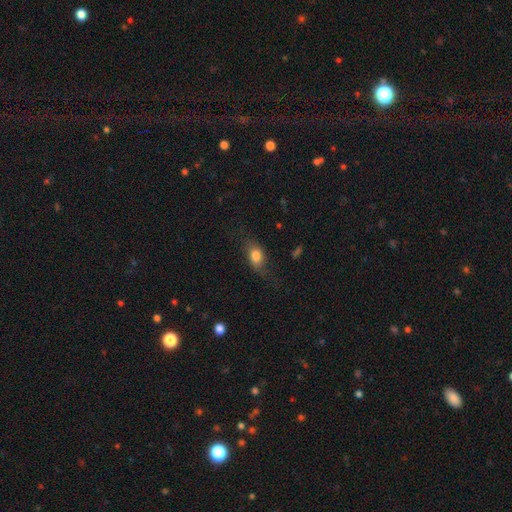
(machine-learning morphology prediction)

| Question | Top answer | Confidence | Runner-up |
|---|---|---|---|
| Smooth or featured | smooth | 75% | featured or disk (16%) |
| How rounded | in between | 78% | round (17%) |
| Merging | none | 57% | minor disturbance (25%) |